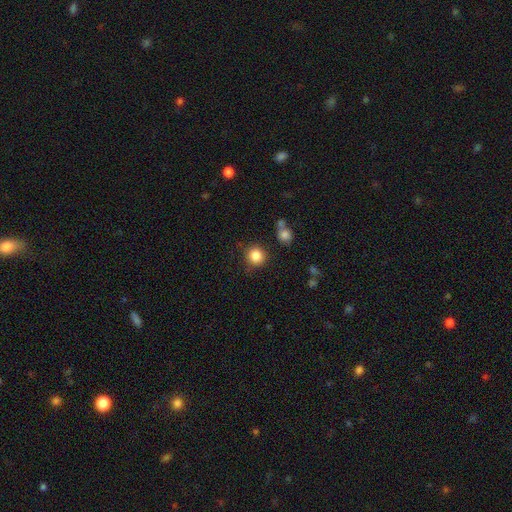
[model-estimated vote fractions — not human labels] A smooth galaxy with no disk features (85%) that is round (91%). Merging: none (81%).